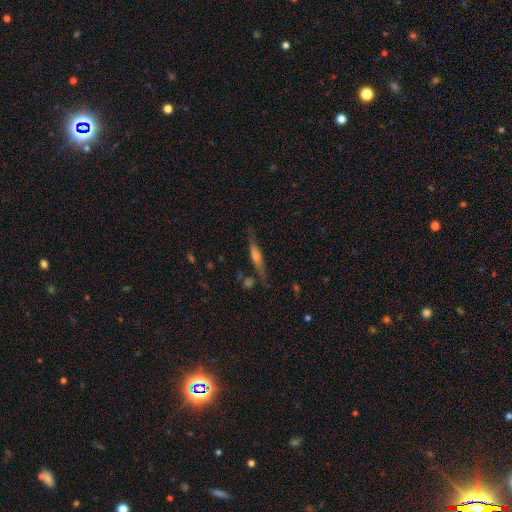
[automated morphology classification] This appears to be a featured or disk galaxy (58%) viewed edge-on (92%) with a rounded central bulge (64%). Merging: none (78%).